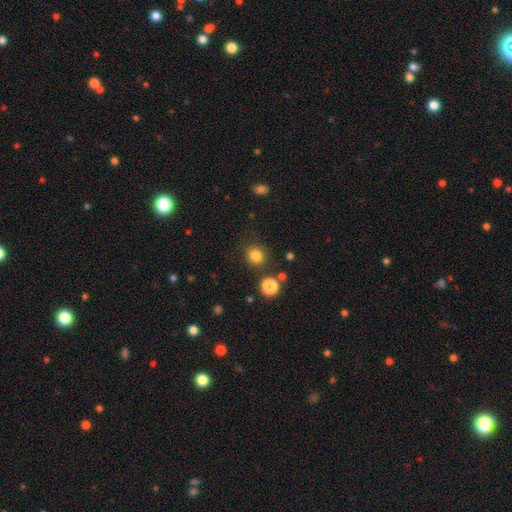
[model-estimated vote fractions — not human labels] smooth-or-featured: smooth: 83% | star or artifact: 13% | featured or disk: 4%
  how-rounded: round: 86% | in between: 13% | cigar-shaped: 1%
  merging: none: 83% | minor disturbance: 9% | merger: 4% | major disturbance: 4%